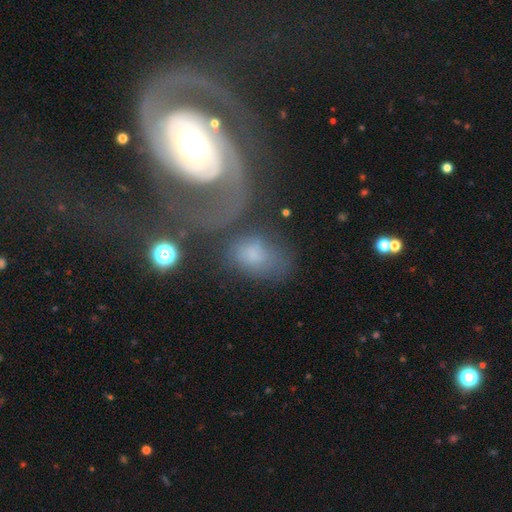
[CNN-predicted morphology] smooth-or-featured: featured or disk: 51% | smooth: 37% | star or artifact: 12%
  disk-edge-on: no: 94% | yes: 6%
  merging: none: 49% | major disturbance: 19% | minor disturbance: 19% | merger: 13%